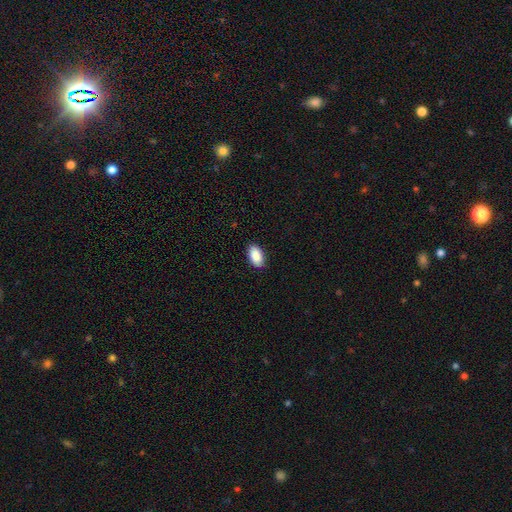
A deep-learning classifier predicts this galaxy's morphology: Smooth or featured?
  - smooth: 90% *
  - star or artifact: 6%
  - featured or disk: 4%
How rounded?
  - in between: 94% *
  - round: 4%
  - cigar-shaped: 2%
Merging?
  - none: 87% *
  - minor disturbance: 10%
  - major disturbance: 2%
  - merger: 1%